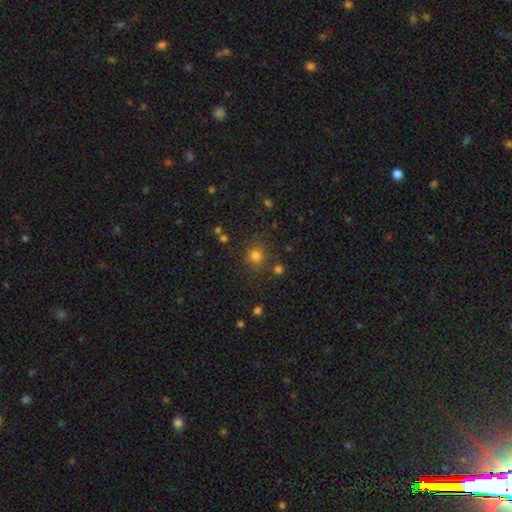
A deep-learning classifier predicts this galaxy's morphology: Smooth or featured?
  - smooth: 76% *
  - star or artifact: 17%
  - featured or disk: 7%
How rounded?
  - round: 89% *
  - in between: 10%
  - cigar-shaped: 1%
Merging?
  - none: 77% *
  - minor disturbance: 12%
  - merger: 7%
  - major disturbance: 5%